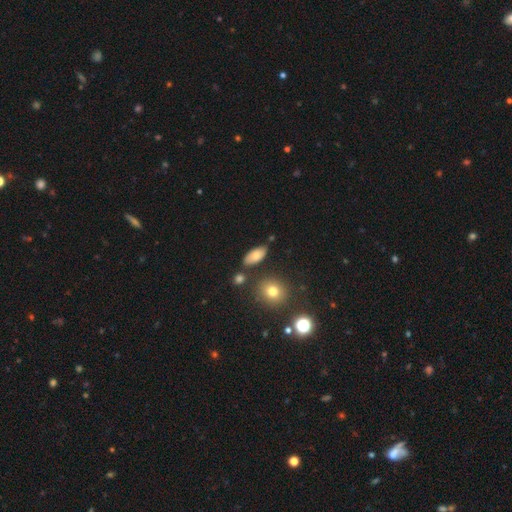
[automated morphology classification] Smooth or featured?
  - smooth: 76% *
  - featured or disk: 15%
  - star or artifact: 10%
How rounded?
  - in between: 86% *
  - cigar-shaped: 8%
  - round: 6%
Merging?
  - none: 76% *
  - minor disturbance: 14%
  - merger: 6%
  - major disturbance: 4%